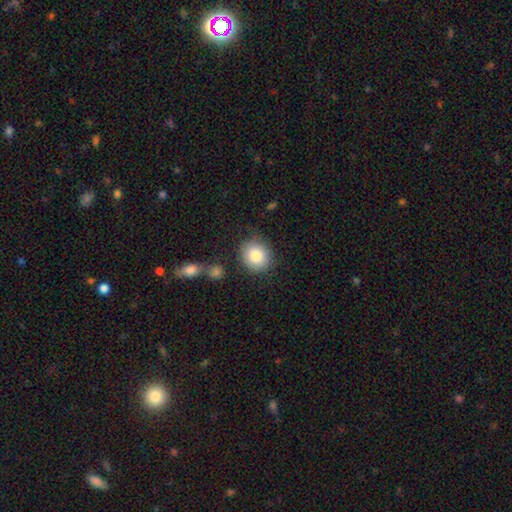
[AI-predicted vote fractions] Smooth or featured? Predicted: smooth (p=0.84). How rounded? Predicted: round (p=0.79). Merging? Predicted: none (p=0.79).